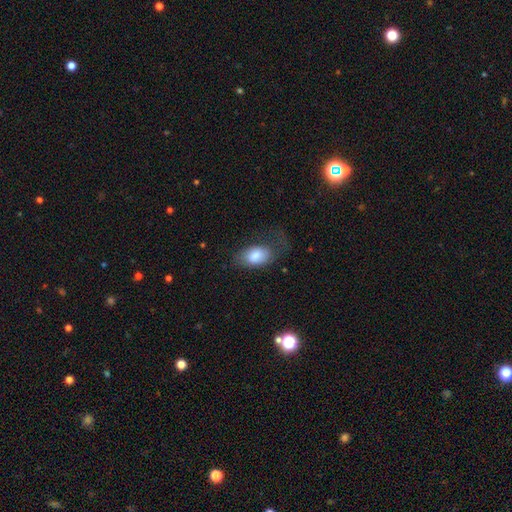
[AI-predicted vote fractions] Smooth or featured?
  - smooth: 77% *
  - featured or disk: 16%
  - star or artifact: 7%
How rounded?
  - in between: 91% *
  - round: 8%
  - cigar-shaped: 2%
Merging?
  - none: 41% *
  - major disturbance: 31%
  - minor disturbance: 26%
  - merger: 2%